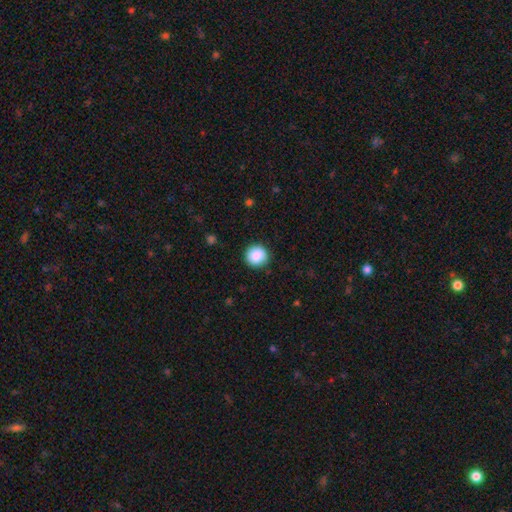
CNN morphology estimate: This appears to be a smooth galaxy with no disk features (88%) that is round (94%). Merging: none (90%).